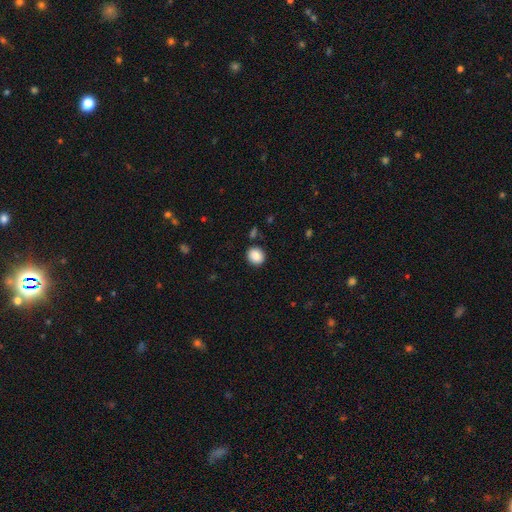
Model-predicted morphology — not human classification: Overall: smooth (87%). How rounded: round (78%). Merging: none (89%).